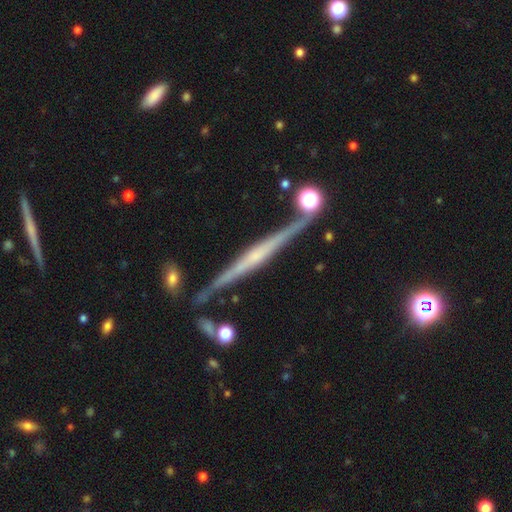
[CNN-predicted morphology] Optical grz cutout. It shows a featured or disk galaxy (78%) viewed edge-on (97%) with a rounded central bulge (42%). Merging: none (80%).